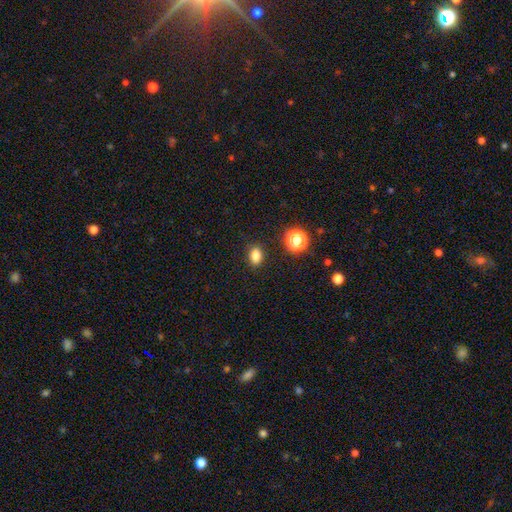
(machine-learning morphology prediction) Smooth or featured? Predicted: smooth (p=0.82). How rounded? Predicted: in between (p=0.72). Merging? Predicted: none (p=0.88).